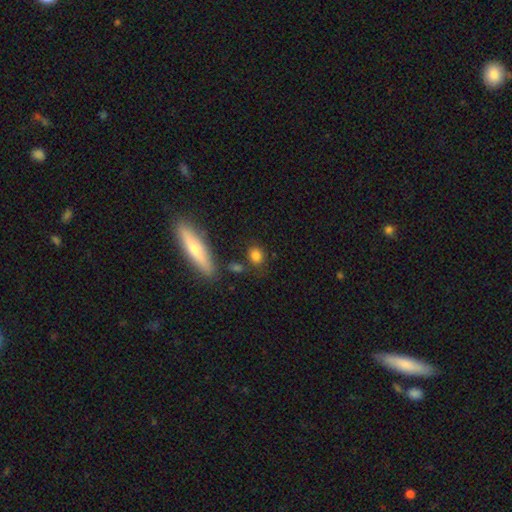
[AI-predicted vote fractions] Smooth or featured? smooth (80%)
How rounded? round (55%)
Merging? none (75%)